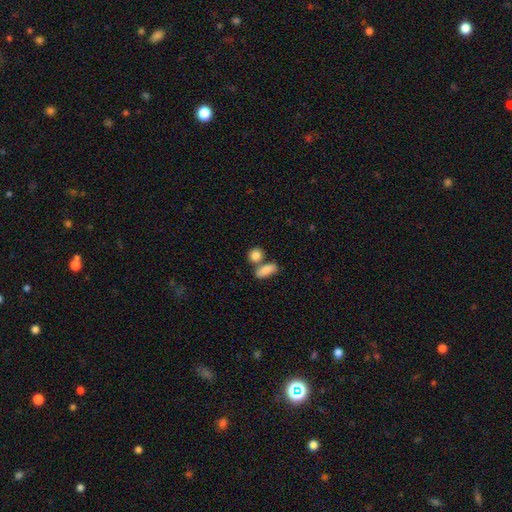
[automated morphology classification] Smooth or featured?
  - smooth: 85% *
  - star or artifact: 8%
  - featured or disk: 7%
How rounded?
  - round: 55% *
  - in between: 41%
  - cigar-shaped: 4%
Merging?
  - none: 52% *
  - merger: 34%
  - minor disturbance: 10%
  - major disturbance: 4%